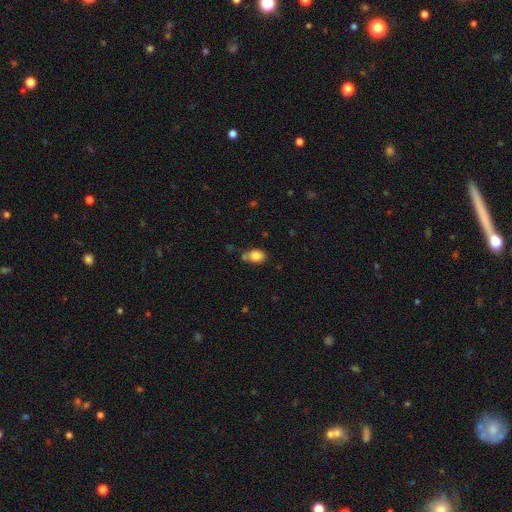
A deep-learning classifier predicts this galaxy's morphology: type=smooth (82%); roundness=in between (64%); merging=none (59%).